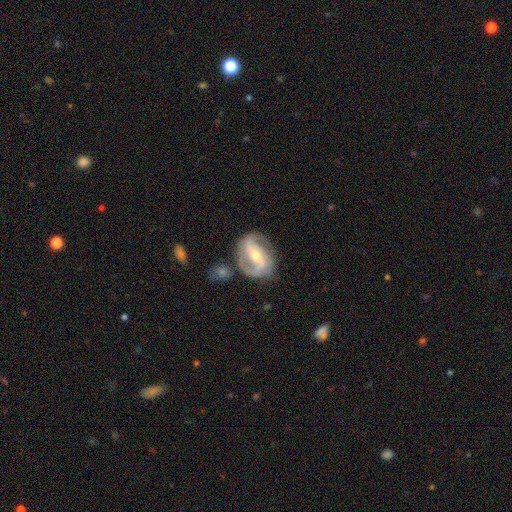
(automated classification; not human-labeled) smooth_or_featured: featured or disk (p=0.85) [alt: smooth p=0.10]
disk_edge_on: no (p=0.97) [alt: yes p=0.03]
bar: strong (p=0.39) [alt: weak p=0.37]
has_spiral_arms: yes (p=0.94) [alt: no p=0.06]
spiral_winding: medium (p=0.48) [alt: tight p=0.29]
spiral_arm_count: 2 (p=0.83) [alt: can't tell p=0.06]
bulge_size: moderate (p=0.54) [alt: small p=0.43]
merging: none (p=0.70) [alt: minor disturbance p=0.18]